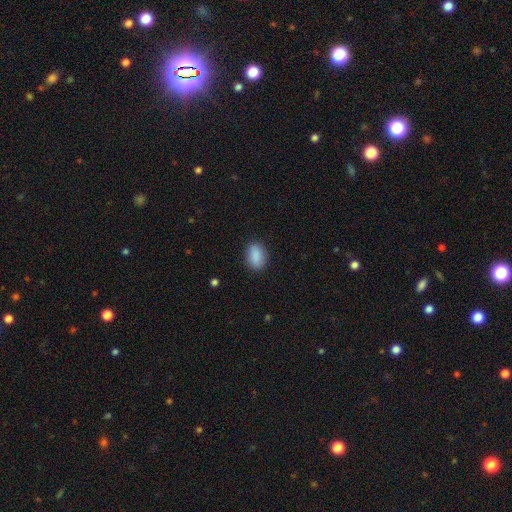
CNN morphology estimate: Smooth or featured? Predicted: smooth (p=0.89). How rounded? Predicted: in between (p=0.86). Merging? Predicted: none (p=0.87).